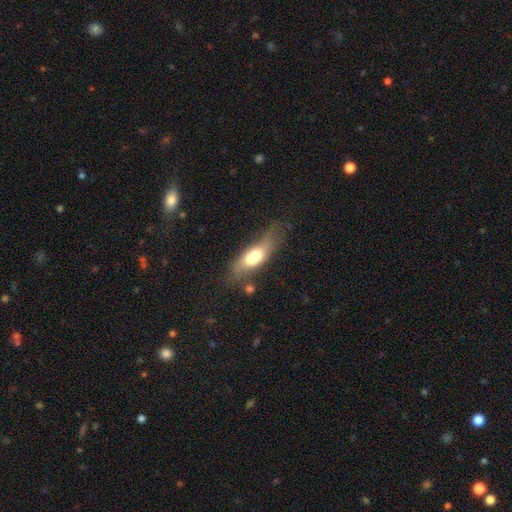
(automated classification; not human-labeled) Morphology: type=smooth (56%); roundness=in between (61%); merging=none (46%).